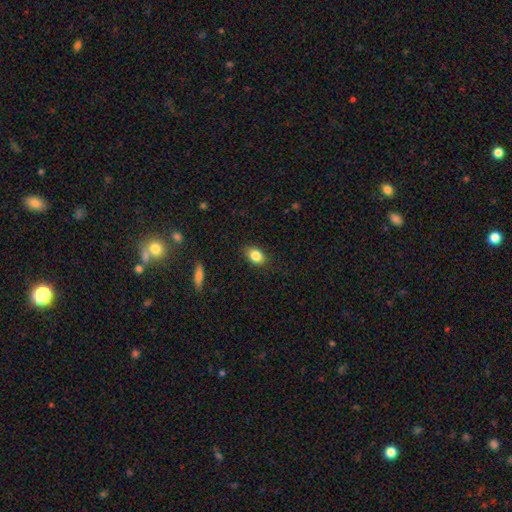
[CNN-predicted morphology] This appears to be a smooth galaxy with no disk features (84%) that is in between round and cigar-shaped (81%). Merging: none (85%).